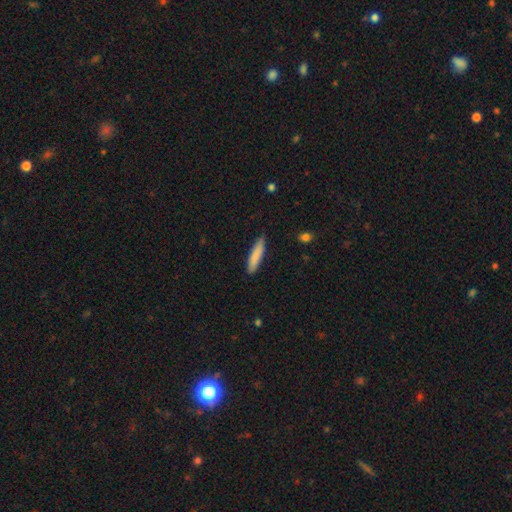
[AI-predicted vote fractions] smooth 84%, featured or disk 10%, star or artifact 6%. Down the decision tree: how rounded — cigar-shaped (84%); merging — none (87%).